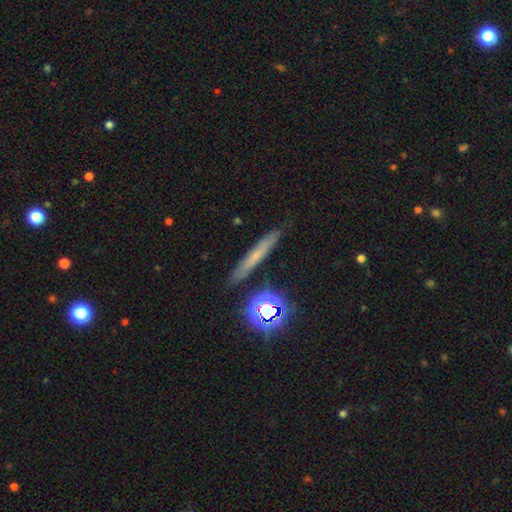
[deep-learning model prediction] Q: Smooth or featured?
A: smooth (52%); runner-up: featured or disk (31%)
Q: How rounded?
A: cigar-shaped (89%); runner-up: round (6%)
Q: Merging?
A: none (86%); runner-up: minor disturbance (9%)